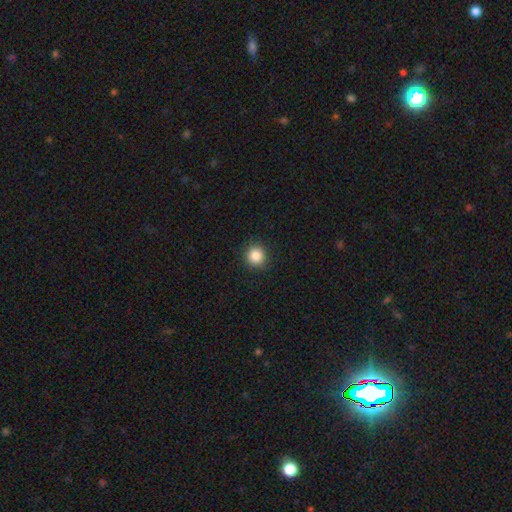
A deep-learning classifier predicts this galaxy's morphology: smooth 86%, star or artifact 10%, featured or disk 4%. Down the decision tree: how rounded — round (92%); merging — none (91%).